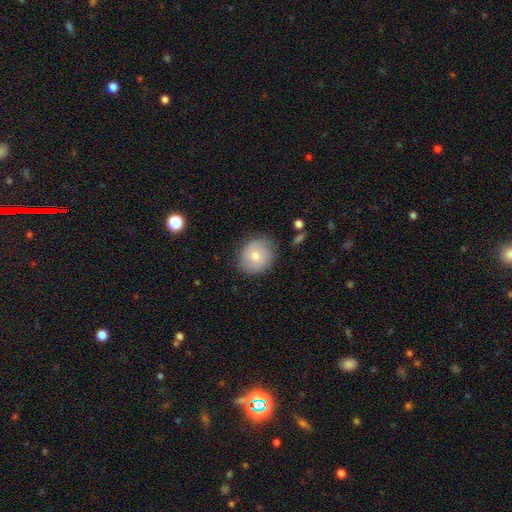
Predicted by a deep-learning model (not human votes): This appears to be a smooth galaxy with no disk features (67%) that is round (79%). Merging: none (79%).